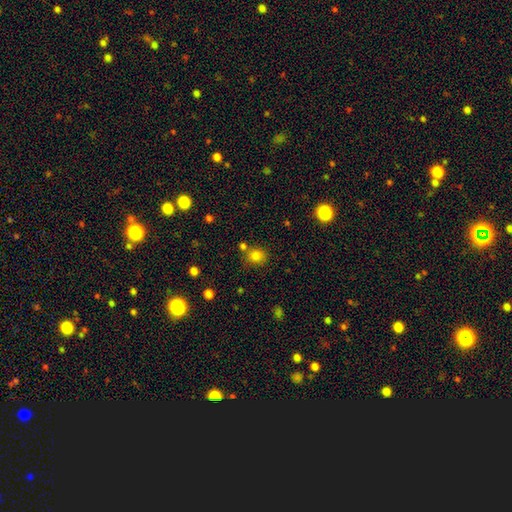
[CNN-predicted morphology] smooth-or-featured: smooth: 80% | star or artifact: 14% | featured or disk: 7%
  how-rounded: round: 81% | in between: 19% | cigar-shaped: 1%
  merging: none: 72% | merger: 14% | minor disturbance: 11% | major disturbance: 4%